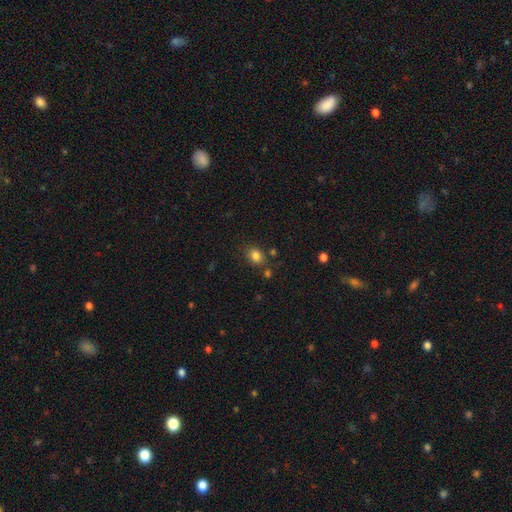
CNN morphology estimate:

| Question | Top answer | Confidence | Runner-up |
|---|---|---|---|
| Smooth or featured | smooth | 82% | star or artifact (12%) |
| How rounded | in between | 58% | round (41%) |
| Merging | none | 76% | minor disturbance (13%) |